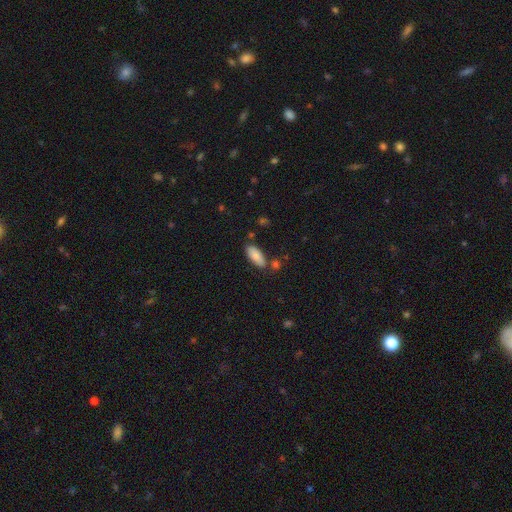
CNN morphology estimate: A smooth galaxy with no disk features (82%) that is in between round and cigar-shaped (85%).

Vote fractions:
- Smooth or featured? smooth: 82% / featured or disk: 11% / star or artifact: 7%
- How rounded? in between: 85% / cigar-shaped: 13% / round: 2%
- Merging? none: 76% / minor disturbance: 13% / merger: 8% / major disturbance: 3%